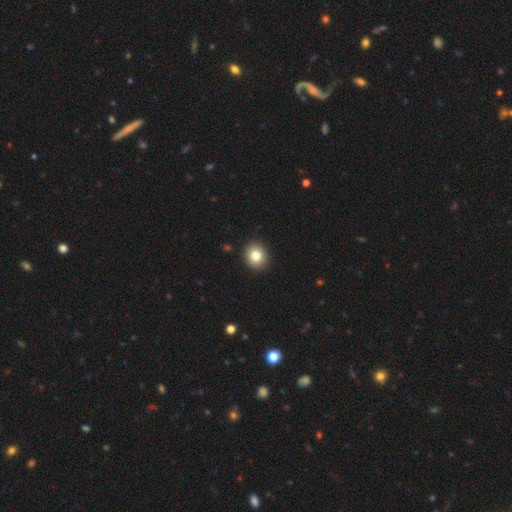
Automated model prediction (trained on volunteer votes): This appears to be a smooth galaxy with no disk features (81%) that is round (83%). Merging: none (92%).